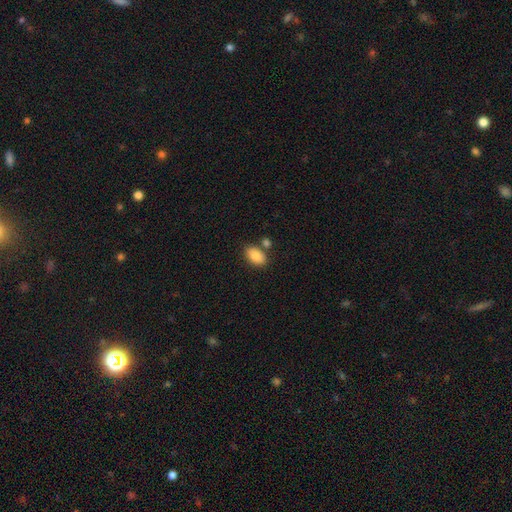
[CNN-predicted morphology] A smooth galaxy with no disk features (88%) that is in between round and cigar-shaped (92%).

Vote fractions:
- Smooth or featured? smooth: 88% / star or artifact: 7% / featured or disk: 5%
- How rounded? in between: 92% / round: 6% / cigar-shaped: 2%
- Merging? none: 70% / merger: 15% / minor disturbance: 12% / major disturbance: 3%